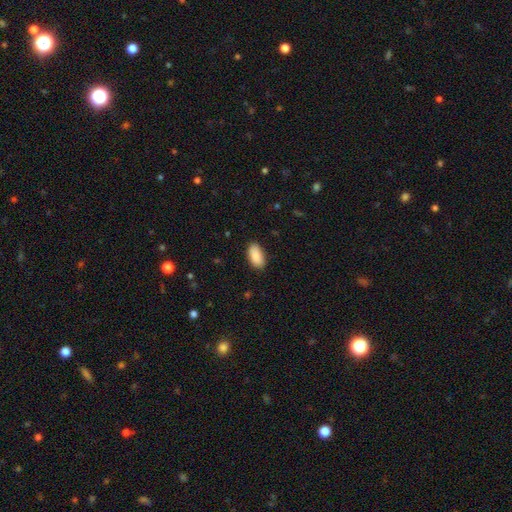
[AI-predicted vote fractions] This is clearly a smooth galaxy (89%). How rounded: clearly in between (94%). Merging: clearly none (86%).